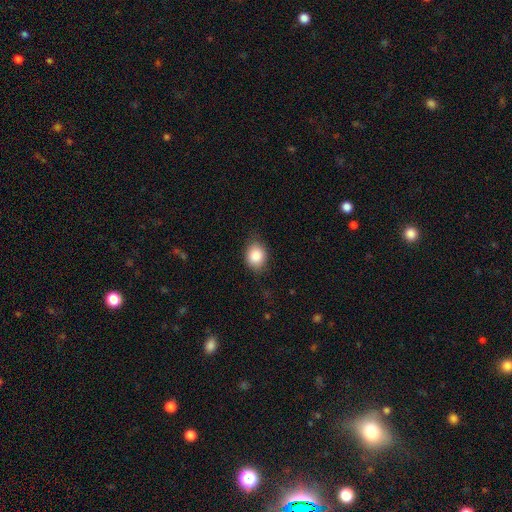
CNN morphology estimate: This is clearly a smooth galaxy (87%). How rounded: possibly in between (54%). Merging: likely none (78%).